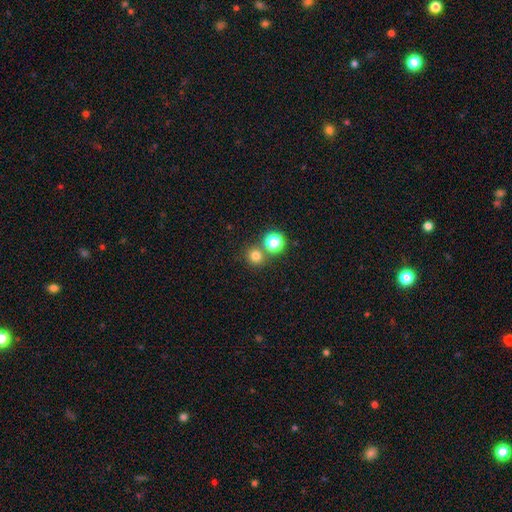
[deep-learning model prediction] A smooth galaxy with no disk features (74%) that is round (92%). Merging: none (74%).